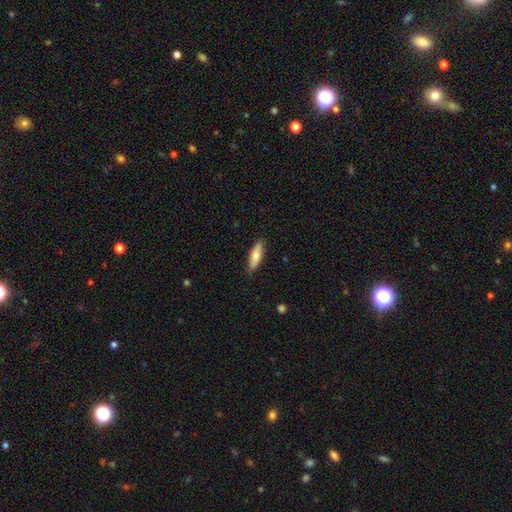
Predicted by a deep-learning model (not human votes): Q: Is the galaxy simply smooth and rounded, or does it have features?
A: smooth — 74%.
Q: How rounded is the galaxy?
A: cigar-shaped — 66%.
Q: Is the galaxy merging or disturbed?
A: none — 86%.